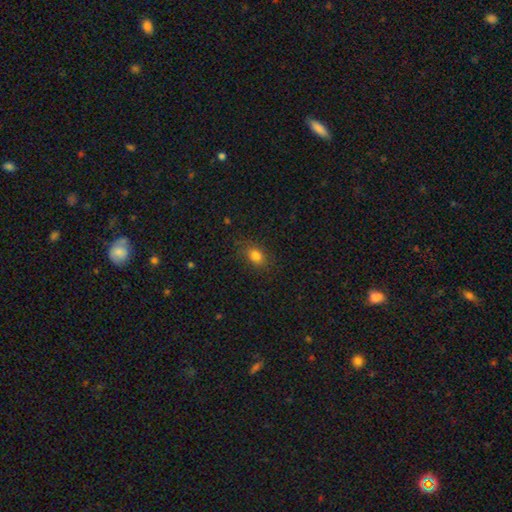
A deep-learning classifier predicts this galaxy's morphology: A smooth galaxy with no disk features (81%) that is in between round and cigar-shaped (69%). Merging: none (80%).